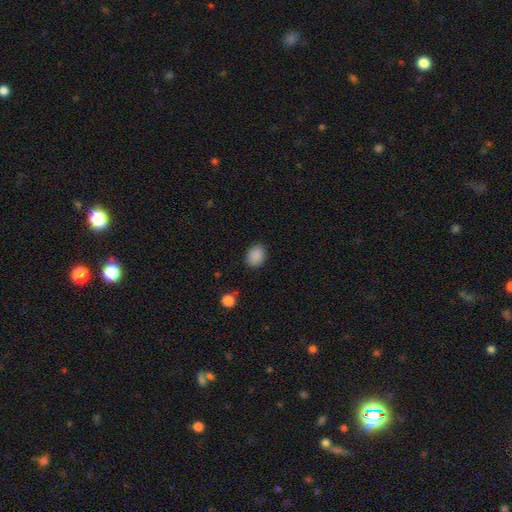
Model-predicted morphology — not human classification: This appears to be a smooth galaxy with no disk features (88%) that is in between round and cigar-shaped (54%). Merging: none (84%).